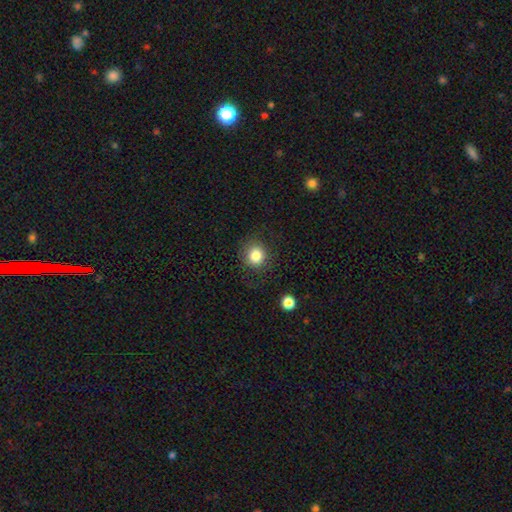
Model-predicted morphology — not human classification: Smooth or featured? smooth (83%)
How rounded? round (87%)
Merging? none (84%)